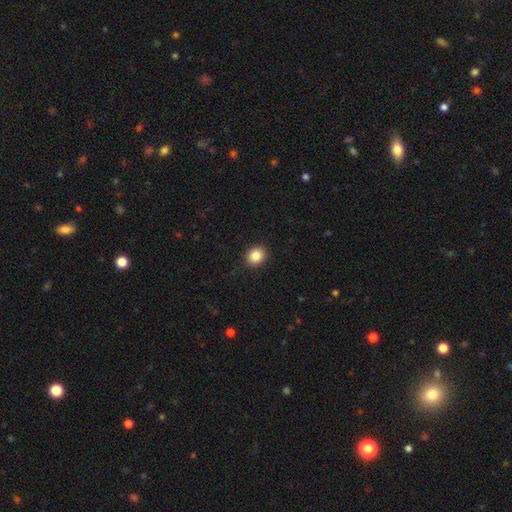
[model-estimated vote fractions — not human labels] Smooth or featured? Predicted: smooth (p=0.86). How rounded? Predicted: round (p=0.67). Merging? Predicted: none (p=0.91).